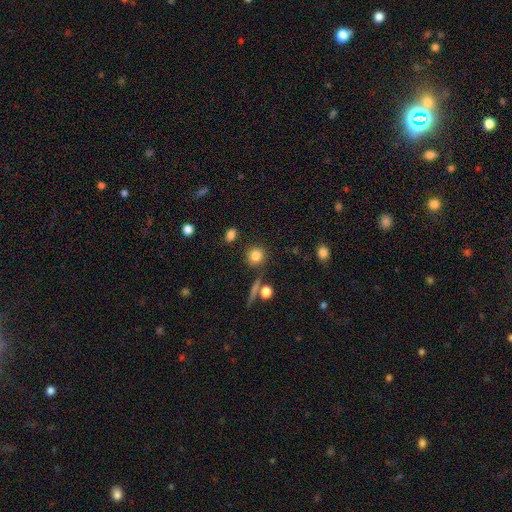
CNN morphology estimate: A smooth galaxy with no disk features (82%) that is round (86%).

Vote fractions:
- Smooth or featured? smooth: 82% / star or artifact: 11% / featured or disk: 7%
- How rounded? round: 86% / in between: 12% / cigar-shaped: 2%
- Merging? none: 82% / minor disturbance: 8% / merger: 6% / major disturbance: 3%